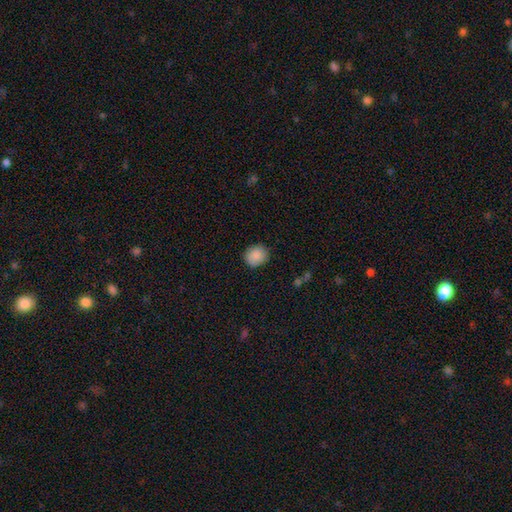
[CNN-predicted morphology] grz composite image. It shows a smooth galaxy with no disk features (89%) that is round (78%). Merging: none (86%).